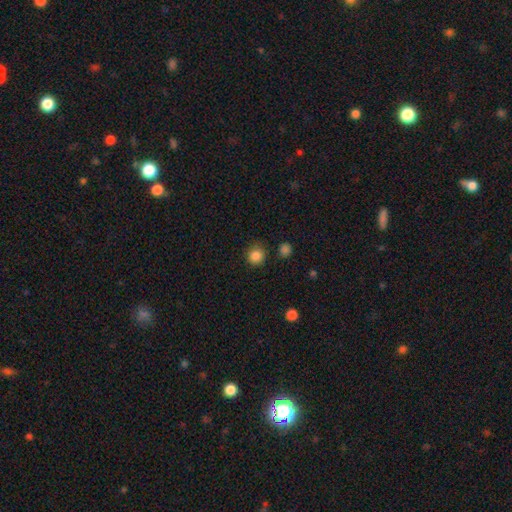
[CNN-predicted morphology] Smooth or featured? Predicted: smooth (p=0.85). How rounded? Predicted: round (p=0.93). Merging? Predicted: none (p=0.86).